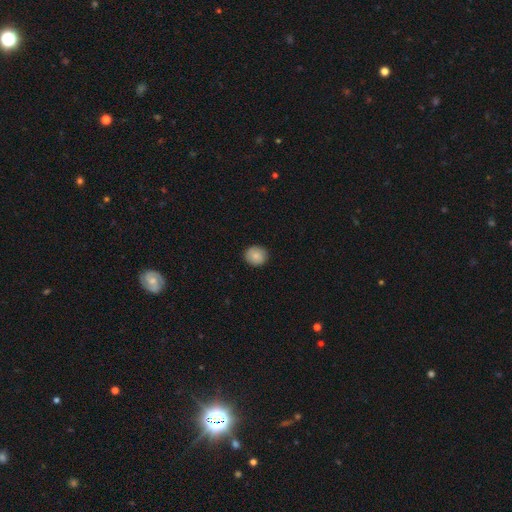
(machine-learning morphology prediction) Smooth or featured? Predicted: smooth (p=0.86). How rounded? Predicted: round (p=0.81). Merging? Predicted: none (p=0.90).